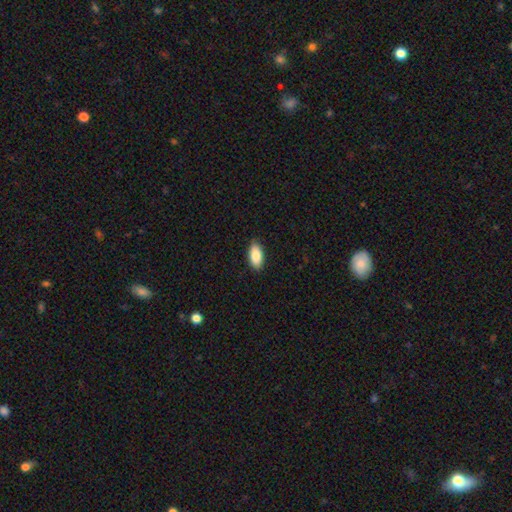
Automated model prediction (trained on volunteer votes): smooth 88%, star or artifact 6%, featured or disk 6%. Down the decision tree: how rounded — in between (92%); merging — none (88%).